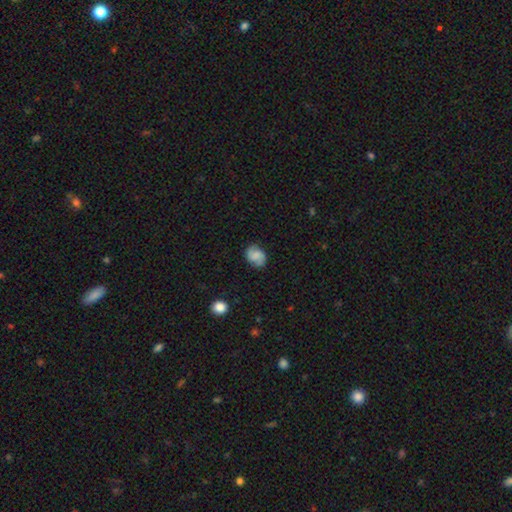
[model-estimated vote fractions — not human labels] A smooth galaxy with no disk features (49%). Merging: none (76%).